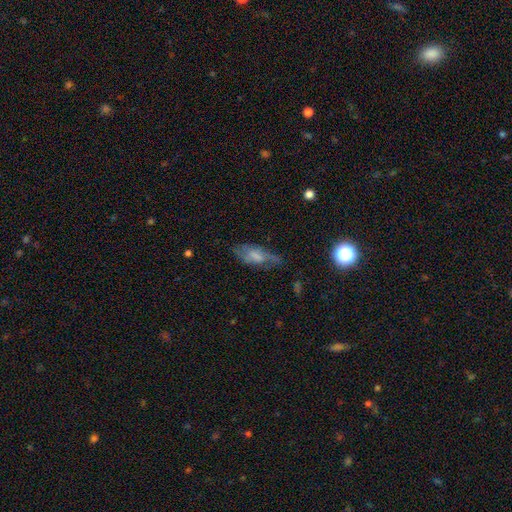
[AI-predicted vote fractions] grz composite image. It shows a smooth galaxy with no disk features (55%) that is in between round and cigar-shaped (78%). Merging: none (49%).